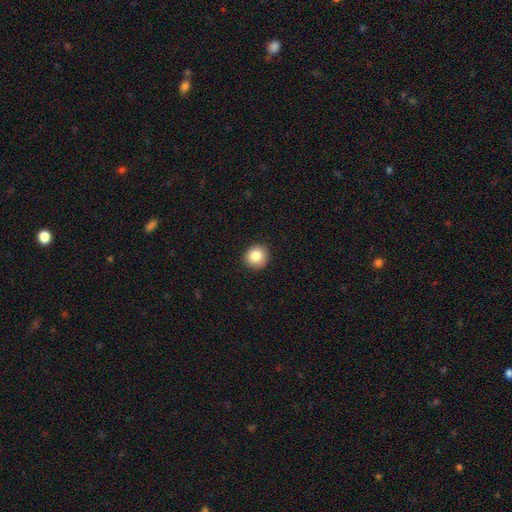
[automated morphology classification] smooth 85%, star or artifact 9%, featured or disk 6%. Down the decision tree: how rounded — round (90%); merging — none (90%).